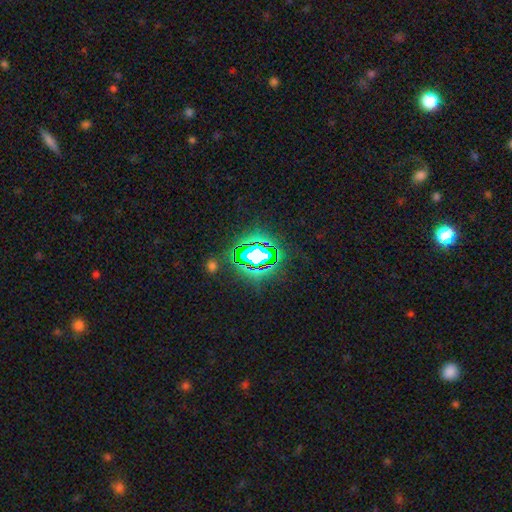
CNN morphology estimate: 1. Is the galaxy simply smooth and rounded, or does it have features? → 72% star or artifact, 16% smooth, 12% featured or disk.